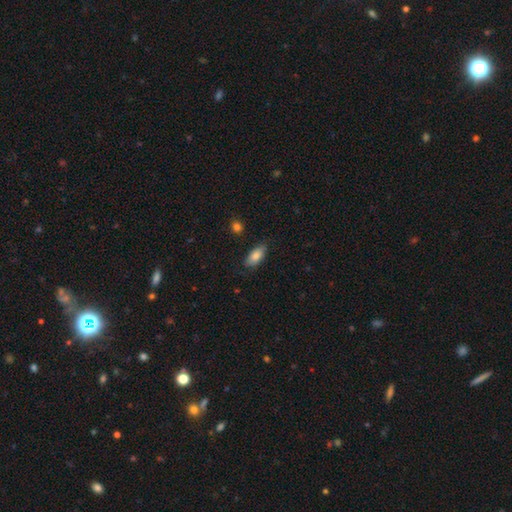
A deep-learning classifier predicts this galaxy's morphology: type=smooth (80%); roundness=in between (87%); merging=none (80%).